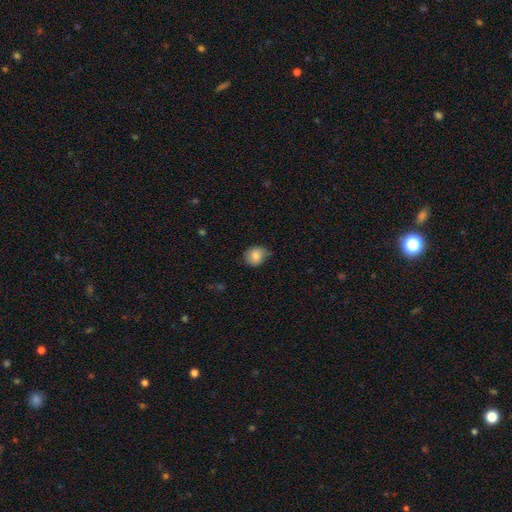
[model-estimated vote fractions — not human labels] The model was most divided on "merging": none: 66%, minor disturbance: 28%, major disturbance: 5%, merger: 1%. More confident: smooth or featured — smooth (82%); how rounded — round (73%).